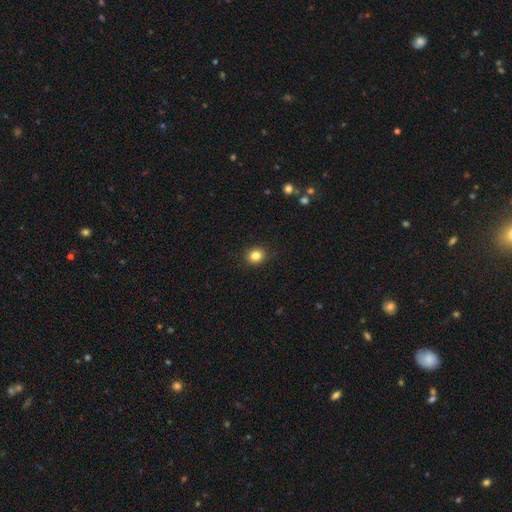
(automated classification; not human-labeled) smooth 83%, star or artifact 11%, featured or disk 6%. Down the decision tree: how rounded — round (78%); merging — none (90%).